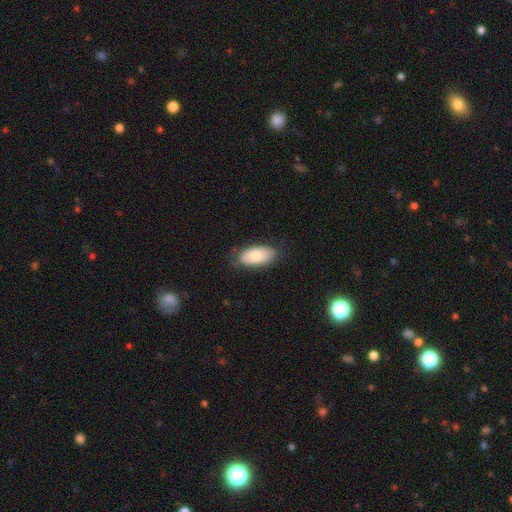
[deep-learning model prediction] smooth-or-featured: smooth: 78% | featured or disk: 16% | star or artifact: 6%
  how-rounded: in between: 94% | cigar-shaped: 4% | round: 3%
  merging: none: 76% | minor disturbance: 19% | major disturbance: 4% | merger: 1%